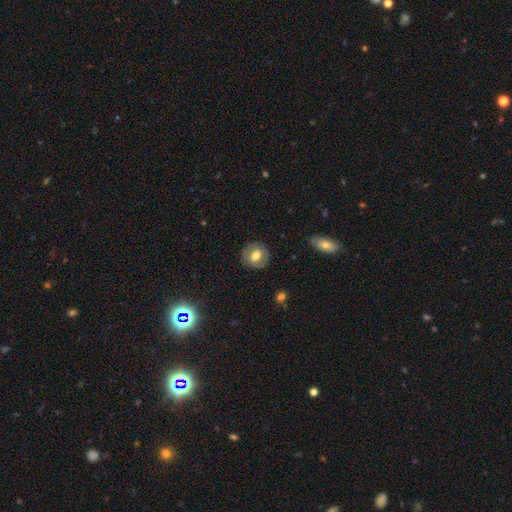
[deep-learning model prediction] Smooth or featured: smooth — 58% (featured or disk — 35%)
How rounded: round — 80% (in between — 19%)
Merging: none — 84% (minor disturbance — 11%)